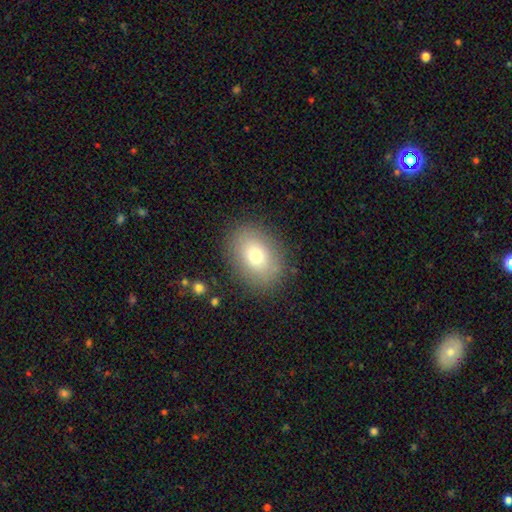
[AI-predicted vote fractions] Smooth or featured: smooth — 76% (featured or disk — 14%)
How rounded: in between — 68% (round — 31%)
Merging: none — 85% (minor disturbance — 10%)